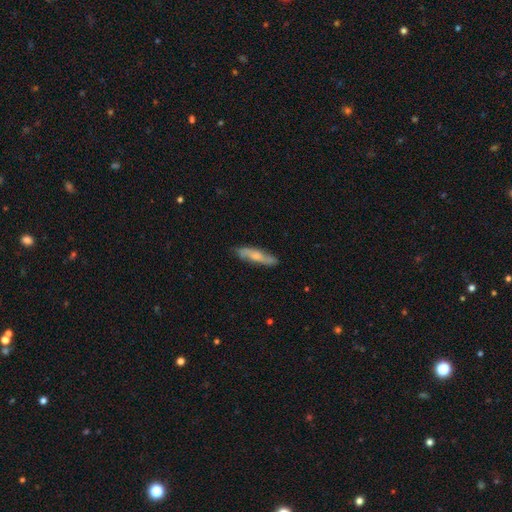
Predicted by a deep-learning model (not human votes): The model was most divided on "smooth or featured": smooth: 48%, featured or disk: 46%, star or artifact: 6%. More confident: merging — none (82%).